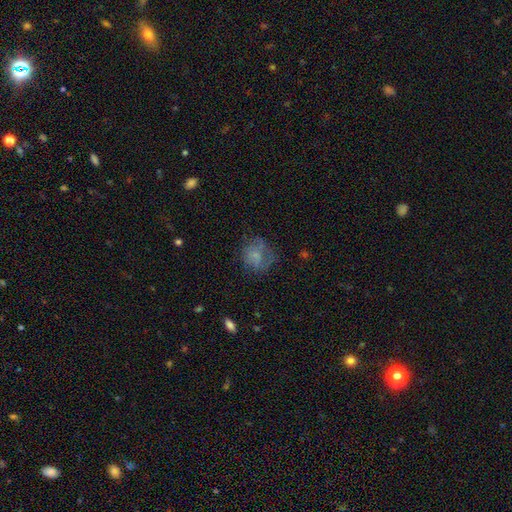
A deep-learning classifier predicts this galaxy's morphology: This is possibly a smooth galaxy (60%). How rounded: likely round (67%). Merging: possibly none (50%).